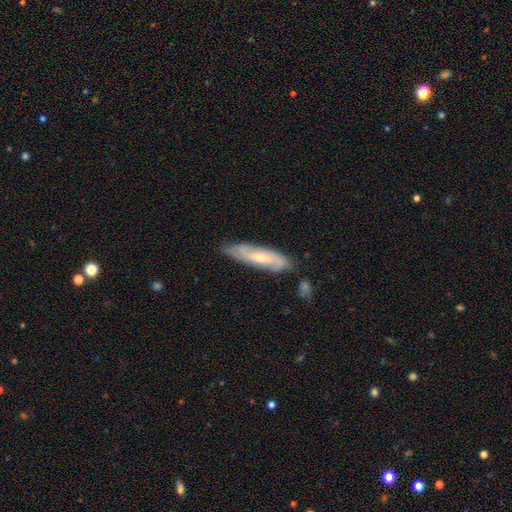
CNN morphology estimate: Smooth or featured? featured or disk (47%)
Merging? none (79%)